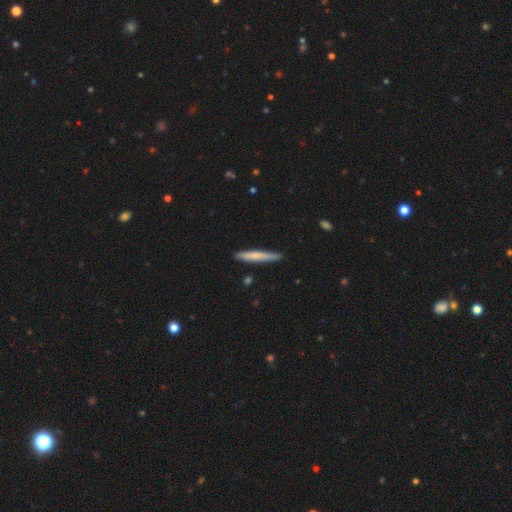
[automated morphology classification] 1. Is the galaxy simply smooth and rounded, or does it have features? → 63% smooth, 31% featured or disk, 5% star or artifact.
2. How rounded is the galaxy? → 95% cigar-shaped, 3% in between, 1% round.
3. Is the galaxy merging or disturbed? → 88% none, 9% minor disturbance, 1% major disturbance, 1% merger.